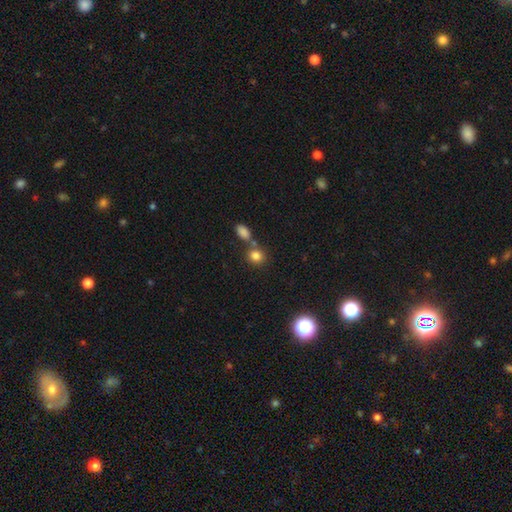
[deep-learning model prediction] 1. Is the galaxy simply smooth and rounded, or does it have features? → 82% smooth, 12% star or artifact, 7% featured or disk.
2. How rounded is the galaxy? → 69% round, 29% in between, 1% cigar-shaped.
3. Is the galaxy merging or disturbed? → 58% none, 28% merger, 10% minor disturbance, 4% major disturbance.